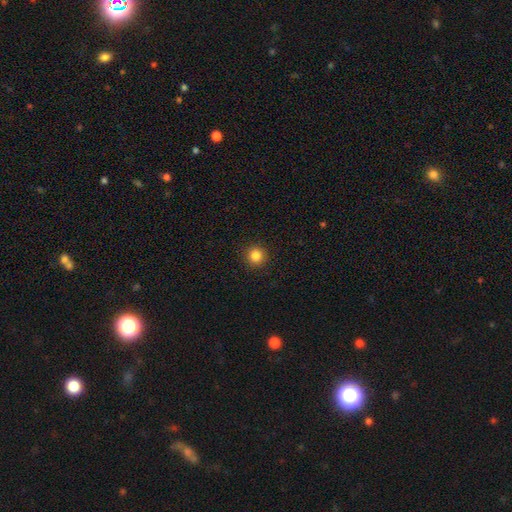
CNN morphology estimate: Smooth or featured? Predicted: smooth (p=0.84). How rounded? Predicted: round (p=0.93). Merging? Predicted: none (p=0.92).